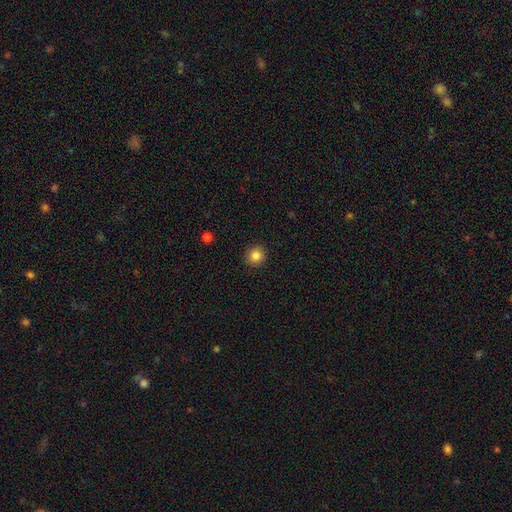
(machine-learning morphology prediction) Smooth or featured? Predicted: smooth (p=0.85). How rounded? Predicted: round (p=0.91). Merging? Predicted: none (p=0.92).